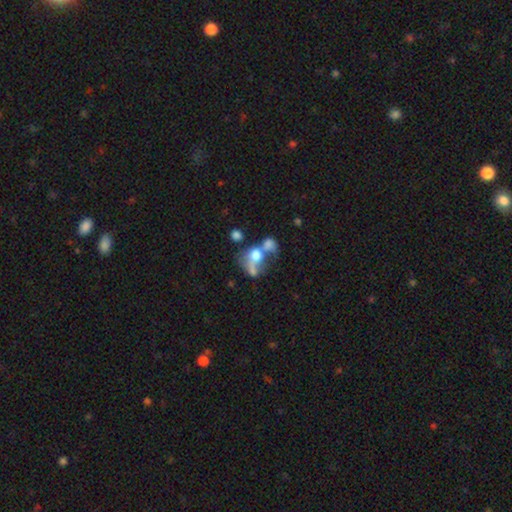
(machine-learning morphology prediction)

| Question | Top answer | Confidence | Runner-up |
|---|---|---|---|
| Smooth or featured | smooth | 53% | featured or disk (34%) |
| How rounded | in between | 55% | round (44%) |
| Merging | merger | 62% | major disturbance (17%) |